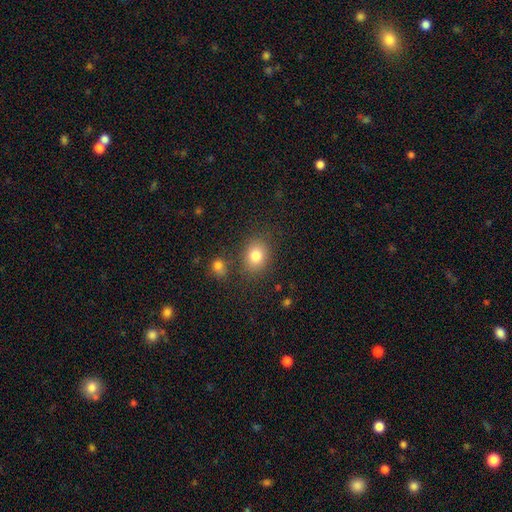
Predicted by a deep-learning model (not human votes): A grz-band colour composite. It shows a smooth galaxy with no disk features (81%) that is round (50%). Merging: none (77%).